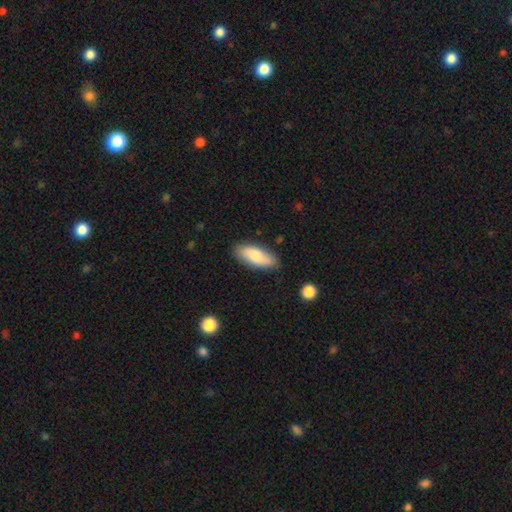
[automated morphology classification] type=smooth (77%); roundness=in between (80%); merging=none (82%).